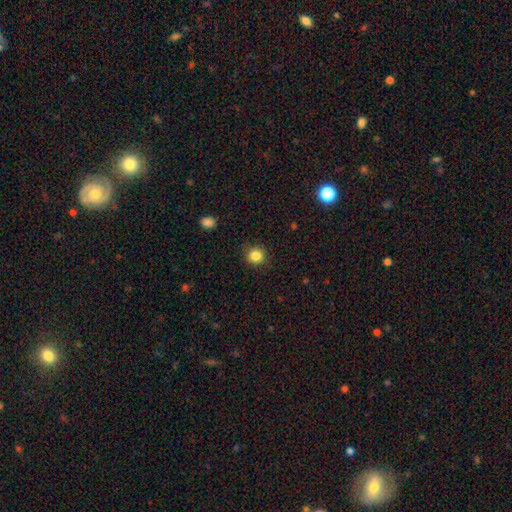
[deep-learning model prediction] A smooth galaxy with no disk features (85%) that is round (91%). Merging: none (88%).